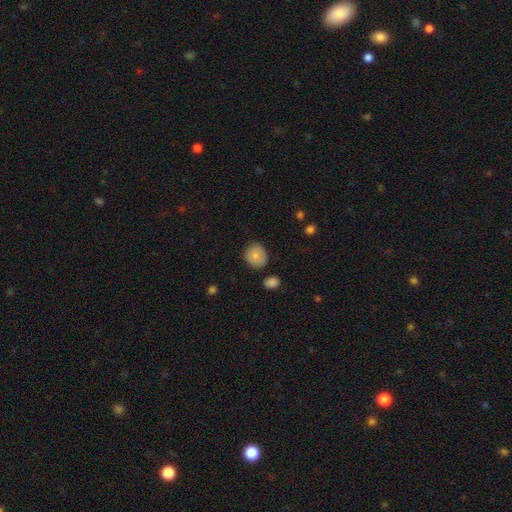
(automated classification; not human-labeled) The model was most divided on "how rounded": round: 75%, in between: 24%, cigar-shaped: 1%. More confident: smooth or featured — smooth (82%); merging — none (80%).